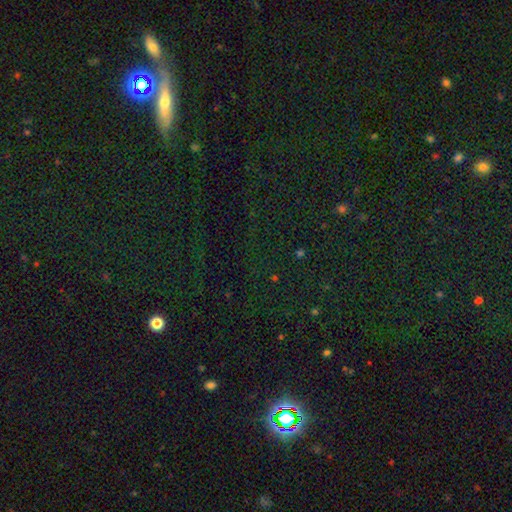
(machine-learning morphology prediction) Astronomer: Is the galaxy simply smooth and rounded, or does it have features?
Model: star or artifact — 69%.